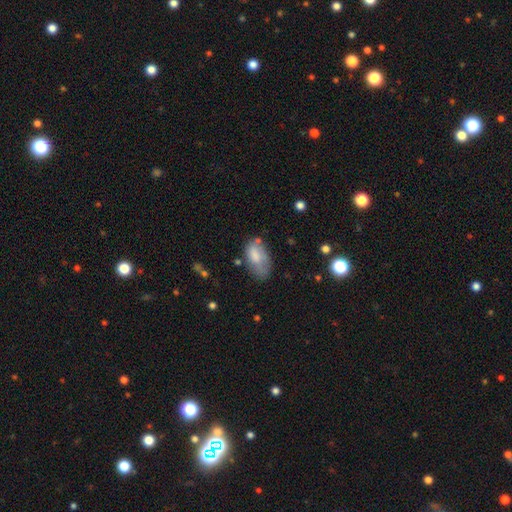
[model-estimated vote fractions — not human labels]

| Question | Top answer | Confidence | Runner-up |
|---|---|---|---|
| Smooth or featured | smooth | 74% | featured or disk (18%) |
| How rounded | in between | 93% | round (4%) |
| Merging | none | 47% | minor disturbance (32%) |